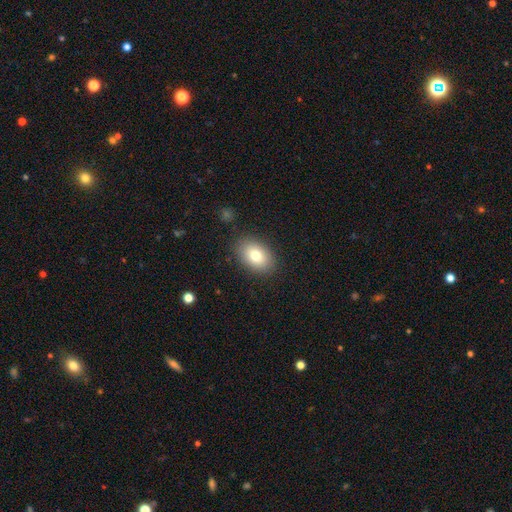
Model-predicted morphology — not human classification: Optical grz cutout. It shows a smooth galaxy with no disk features (79%) that is in between round and cigar-shaped (82%). Merging: none (87%).